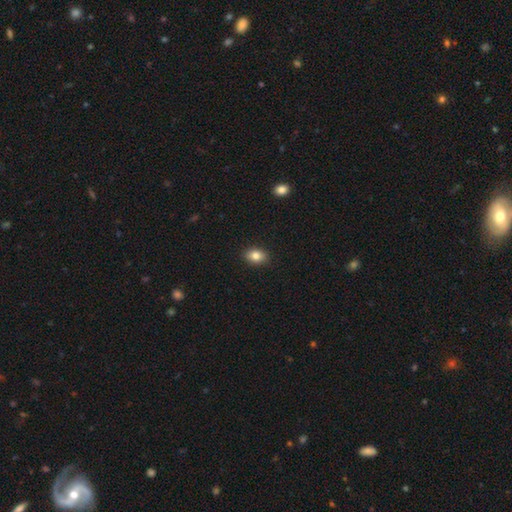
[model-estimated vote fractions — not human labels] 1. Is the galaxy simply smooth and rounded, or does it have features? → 83% smooth, 9% star or artifact, 8% featured or disk.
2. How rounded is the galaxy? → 75% in between, 24% round, 1% cigar-shaped.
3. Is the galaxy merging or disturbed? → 90% none, 7% minor disturbance, 2% major disturbance, 1% merger.